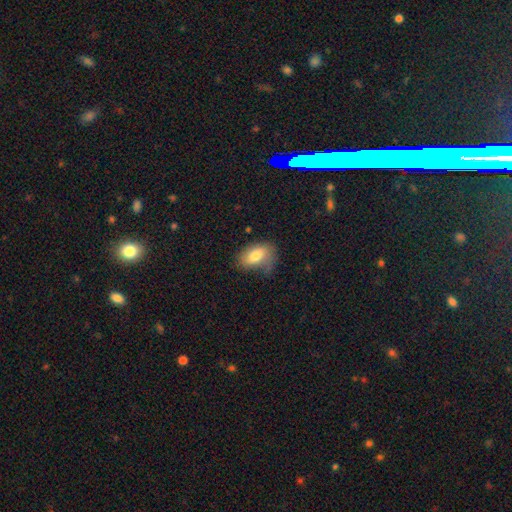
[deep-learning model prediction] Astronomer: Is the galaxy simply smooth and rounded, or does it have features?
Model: smooth — 76%.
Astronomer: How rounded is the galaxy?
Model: in between — 89%.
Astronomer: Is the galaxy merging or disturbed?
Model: none — 49% (runner-up: minor disturbance, 34%).